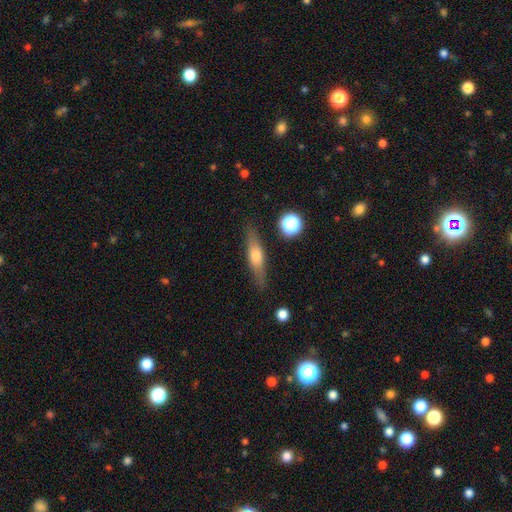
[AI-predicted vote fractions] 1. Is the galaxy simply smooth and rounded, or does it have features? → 47% smooth, 45% featured or disk, 7% star or artifact.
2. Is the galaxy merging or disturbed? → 86% none, 10% minor disturbance, 3% major disturbance, 2% merger.